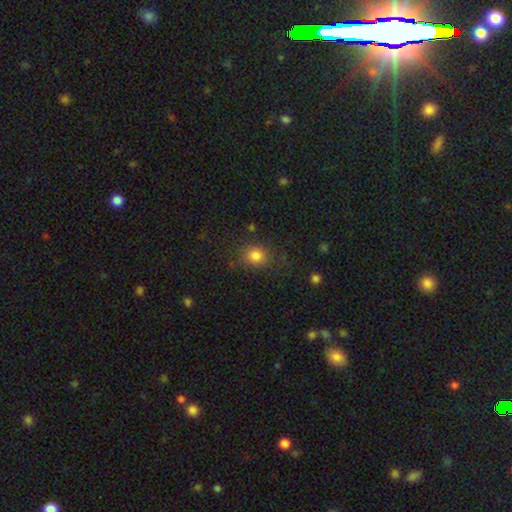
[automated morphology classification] Q: Smooth or featured?
A: smooth (82%); runner-up: star or artifact (12%)
Q: How rounded?
A: round (75%); runner-up: in between (24%)
Q: Merging?
A: none (78%); runner-up: minor disturbance (14%)